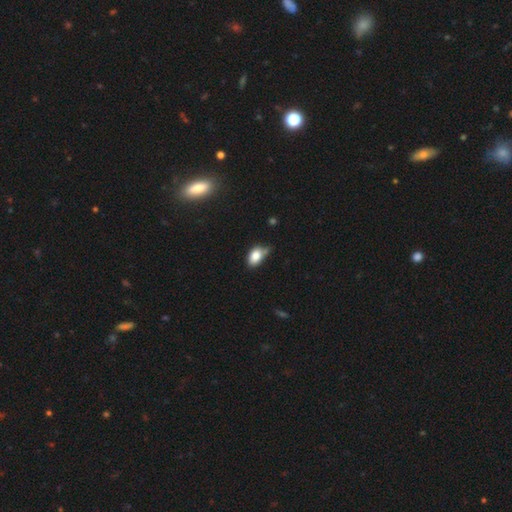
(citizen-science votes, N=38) Volunteers were most divided on "merging": none: 42%, minor disturbance: 39%, merger: 11%, major disturbance: 8%. More confident: smooth or featured — smooth (89%); how rounded — in between (88%).